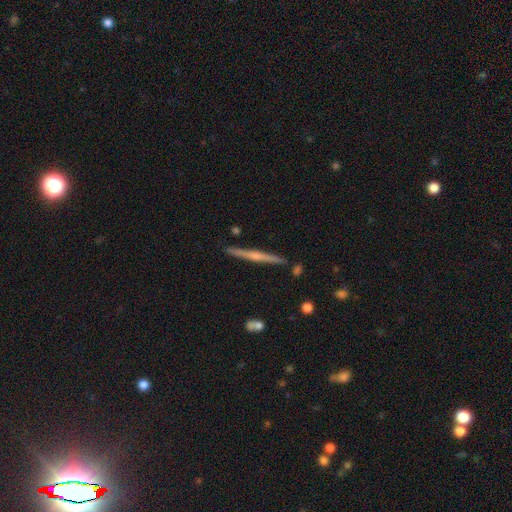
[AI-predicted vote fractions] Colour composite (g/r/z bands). It shows a featured or disk galaxy (70%) viewed edge-on (98%) with a rounded central bulge (63%). Merging: none (90%).